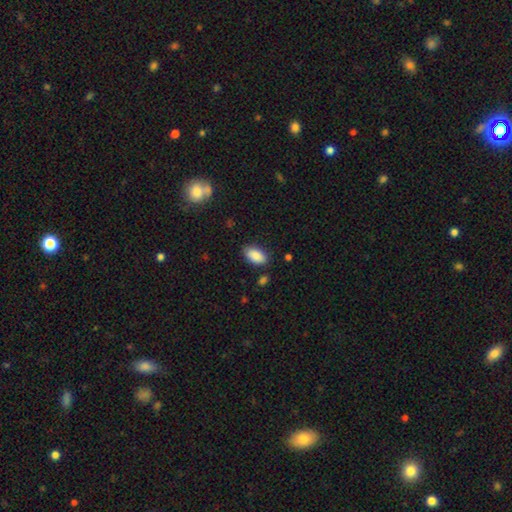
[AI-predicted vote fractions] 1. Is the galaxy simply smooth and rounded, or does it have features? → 89% smooth, 7% star or artifact, 4% featured or disk.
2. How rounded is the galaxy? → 94% in between, 3% round, 3% cigar-shaped.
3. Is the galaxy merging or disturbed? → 82% none, 13% minor disturbance, 3% major disturbance, 2% merger.